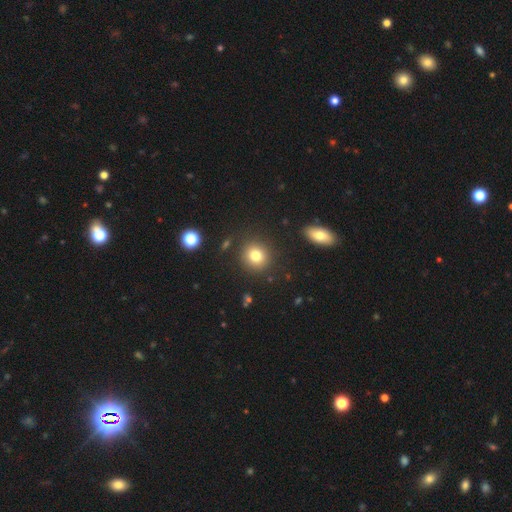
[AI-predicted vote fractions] Overall: smooth (80%). How rounded: round (86%). Merging: none (88%).